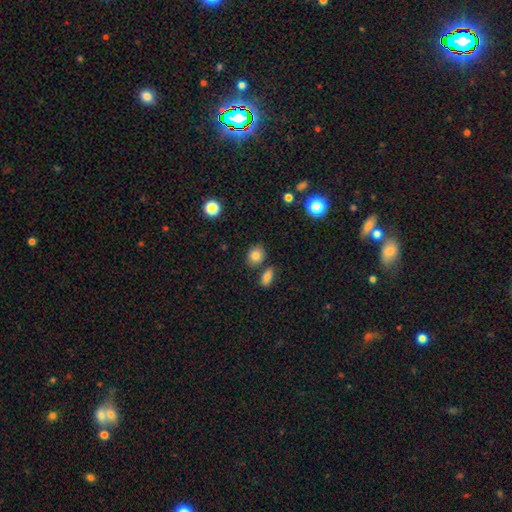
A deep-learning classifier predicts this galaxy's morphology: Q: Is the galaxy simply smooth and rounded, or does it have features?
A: smooth — 83%.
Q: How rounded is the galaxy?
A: round — 52%.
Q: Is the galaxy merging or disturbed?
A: none — 74%.